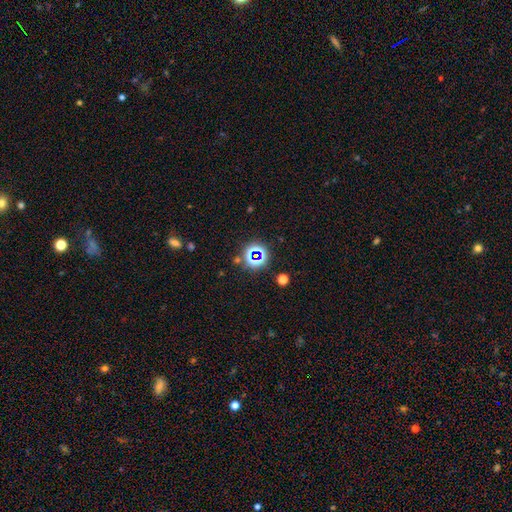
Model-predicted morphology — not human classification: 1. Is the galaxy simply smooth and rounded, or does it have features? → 67% star or artifact, 23% smooth, 10% featured or disk.